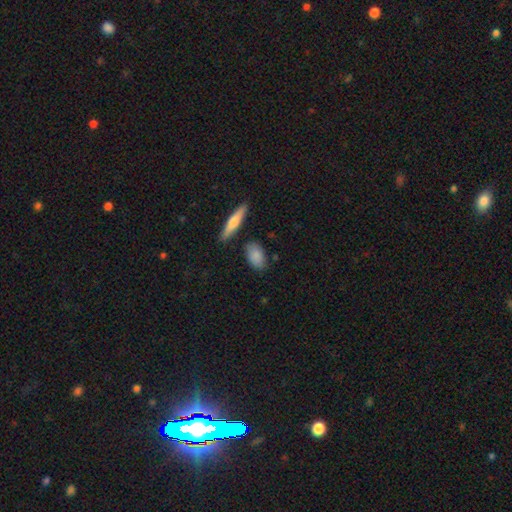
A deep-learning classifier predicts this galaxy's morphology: This appears to be a smooth galaxy with no disk features (83%) that is in between round and cigar-shaped (88%). Merging: none (79%).